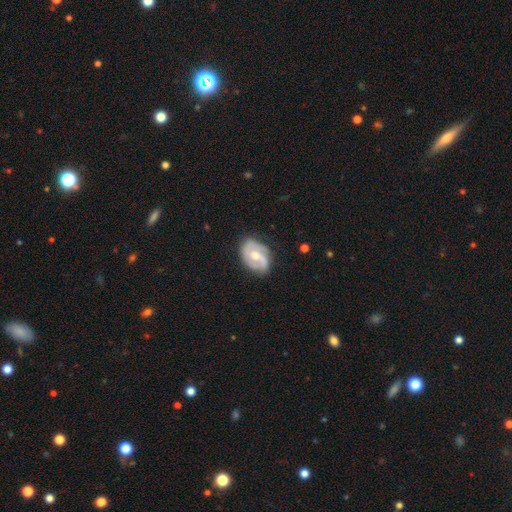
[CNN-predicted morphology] A featured or disk galaxy (74%) with a weak bar (47%), 2 (69%) medium (44%) spiral arms (86%) and a moderate central bulge (69%). Merging: none (69%).